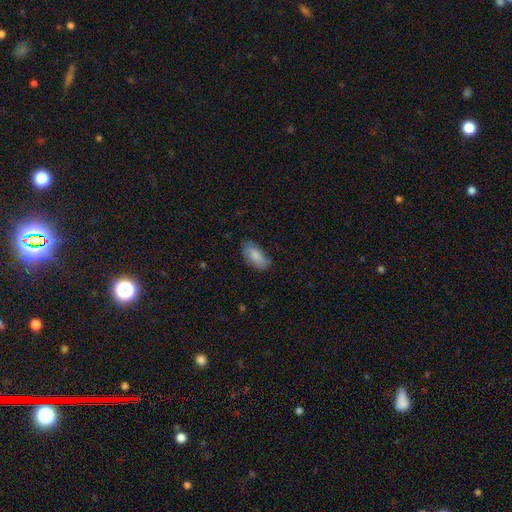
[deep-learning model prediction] This is clearly a smooth galaxy (82%). How rounded: clearly in between (90%). Merging: likely none (71%).